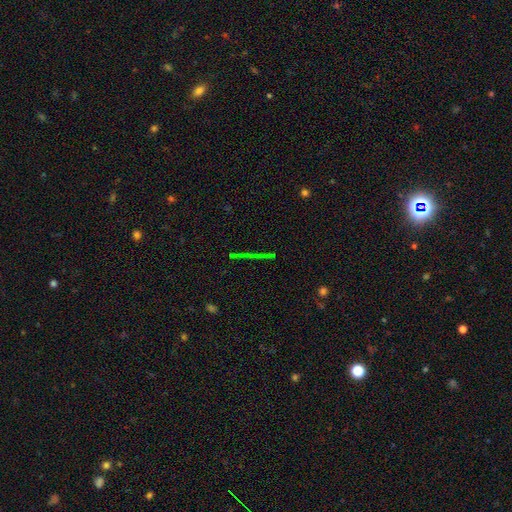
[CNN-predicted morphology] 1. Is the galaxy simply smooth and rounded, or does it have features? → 64% star or artifact, 19% smooth, 17% featured or disk.